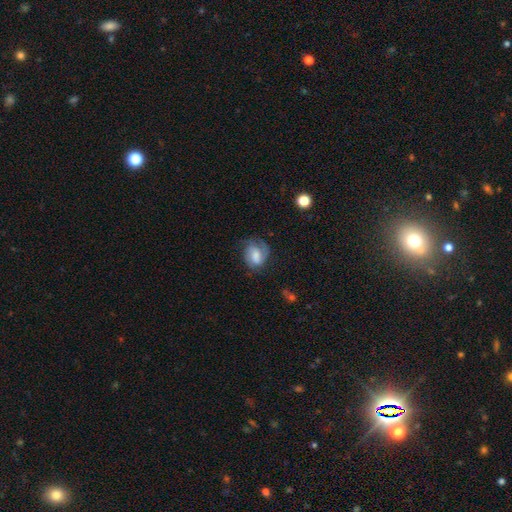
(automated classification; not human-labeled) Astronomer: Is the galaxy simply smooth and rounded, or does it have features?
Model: featured or disk — 52% (runner-up: smooth, 40%).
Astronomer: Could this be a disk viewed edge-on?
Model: no — 97%.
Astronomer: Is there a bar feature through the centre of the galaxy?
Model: no — 47% (runner-up: weak, 41%).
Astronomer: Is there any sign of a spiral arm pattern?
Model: yes — 86%.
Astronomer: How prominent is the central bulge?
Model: moderate — 36% (runner-up: small, 23%).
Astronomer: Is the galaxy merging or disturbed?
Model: none — 54%.